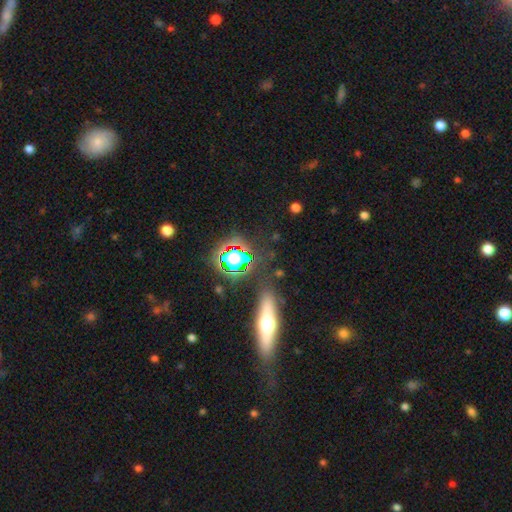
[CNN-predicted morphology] star or artifact 51%, featured or disk 25%, smooth 24%.